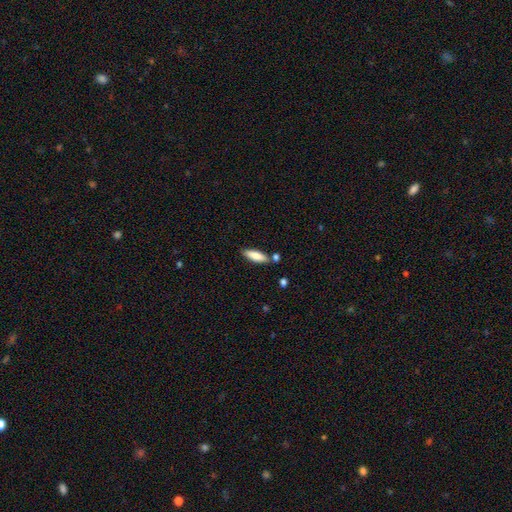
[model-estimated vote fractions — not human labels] Smooth or featured? smooth (81%)
How rounded? in between (51%)
Merging? none (77%)